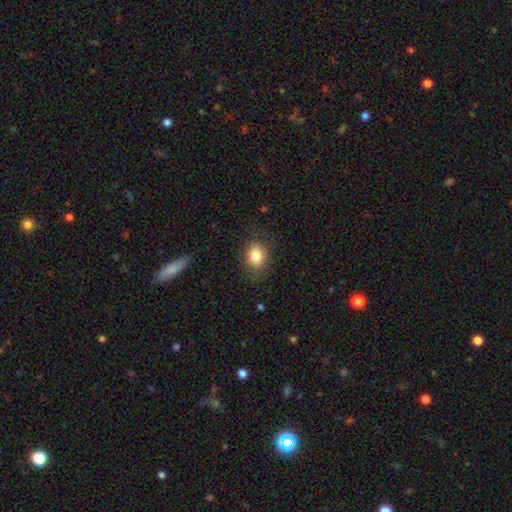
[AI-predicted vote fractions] This is clearly a smooth galaxy (83%). How rounded: possibly in between (51%). Merging: likely none (76%).